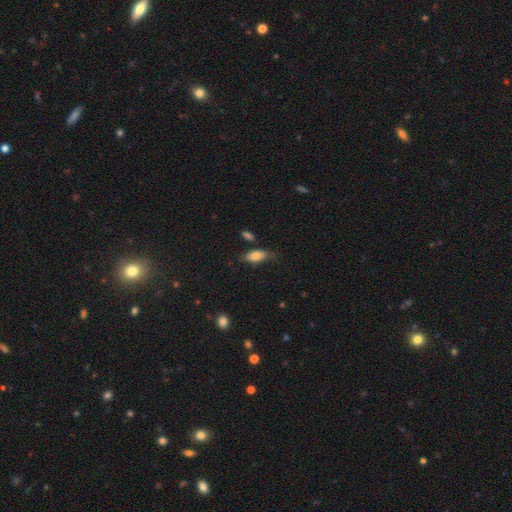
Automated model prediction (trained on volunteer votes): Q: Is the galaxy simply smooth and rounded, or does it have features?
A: smooth — 75%.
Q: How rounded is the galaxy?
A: in between — 87%.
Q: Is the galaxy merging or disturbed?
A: none — 58%.